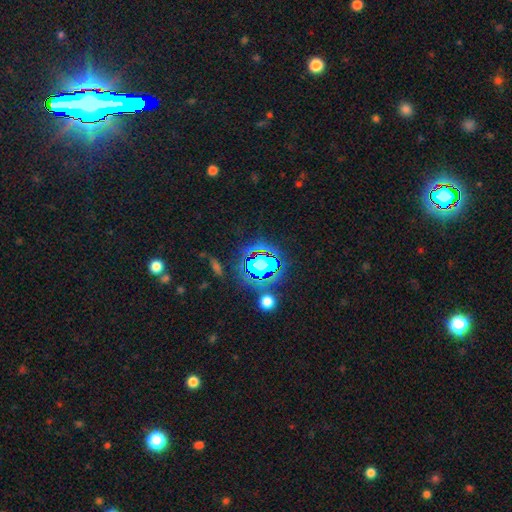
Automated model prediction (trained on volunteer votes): Overall: star or artifact (62%; smooth 25%).